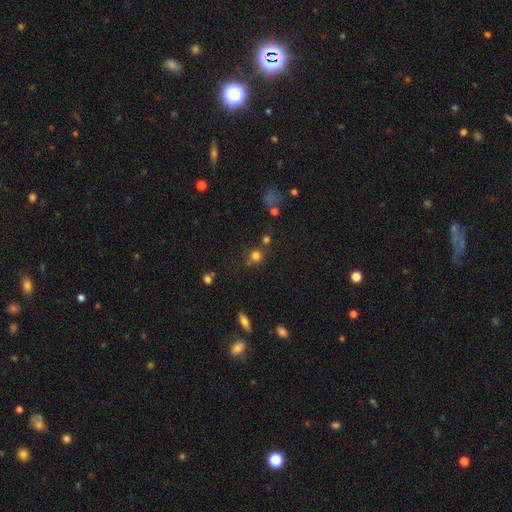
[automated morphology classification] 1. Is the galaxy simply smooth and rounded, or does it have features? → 76% smooth, 17% star or artifact, 7% featured or disk.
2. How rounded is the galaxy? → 87% round, 12% in between, 1% cigar-shaped.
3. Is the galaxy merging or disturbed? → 70% none, 13% minor disturbance, 12% merger, 5% major disturbance.